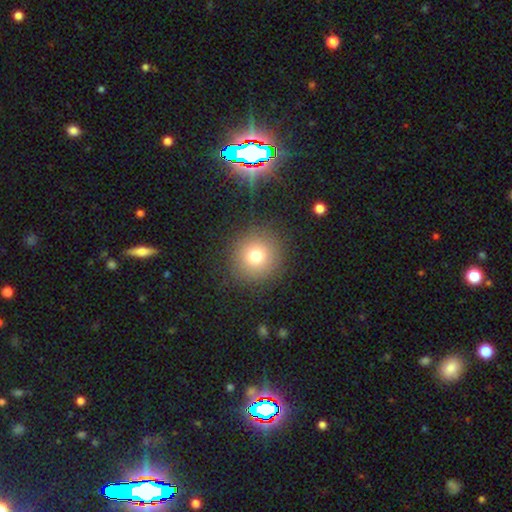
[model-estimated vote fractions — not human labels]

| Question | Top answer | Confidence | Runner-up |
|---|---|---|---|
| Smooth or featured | smooth | 73% | star or artifact (15%) |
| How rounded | round | 93% | in between (6%) |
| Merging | none | 88% | minor disturbance (7%) |